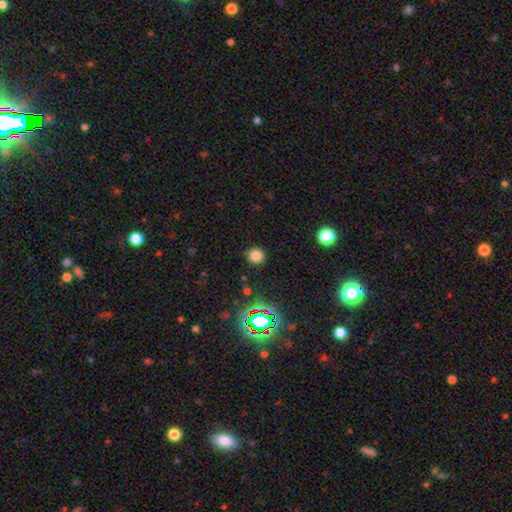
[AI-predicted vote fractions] Smooth or featured? Predicted: smooth (p=0.78). How rounded? Predicted: round (p=0.89). Merging? Predicted: none (p=0.87).